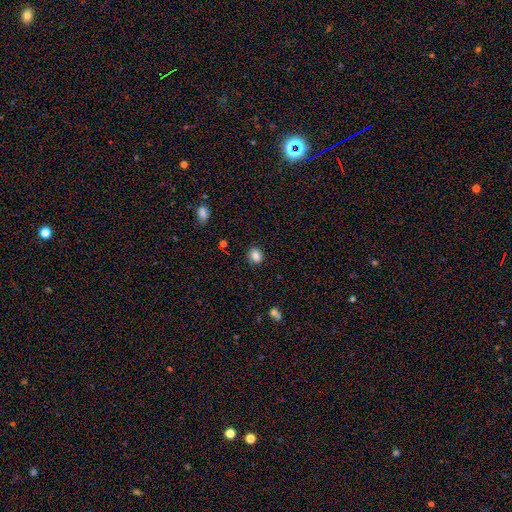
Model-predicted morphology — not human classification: This appears to be a smooth galaxy with no disk features (83%) that is round (57%). Merging: none (87%).